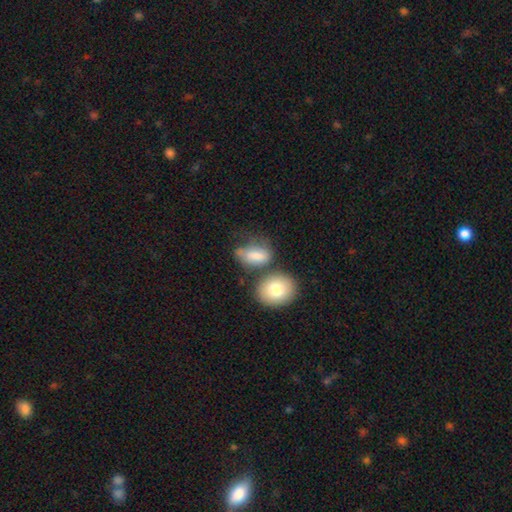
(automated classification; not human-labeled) Overall: smooth (76%). How rounded: in between (81%). Merging: none (36%; minor disturbance 25%).